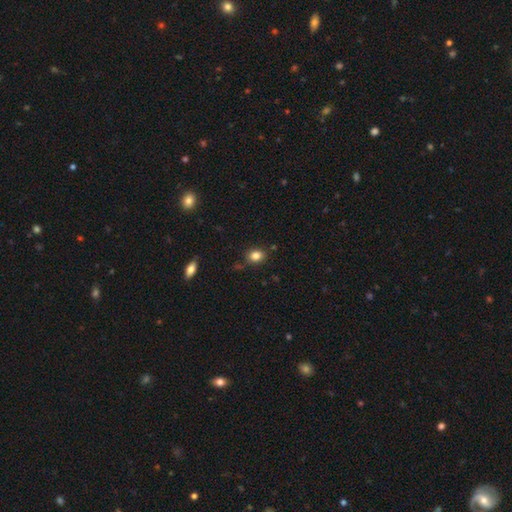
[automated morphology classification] Smooth or featured: smooth — 83% (star or artifact — 11%)
How rounded: in between — 50% (round — 49%)
Merging: none — 80% (minor disturbance — 13%)